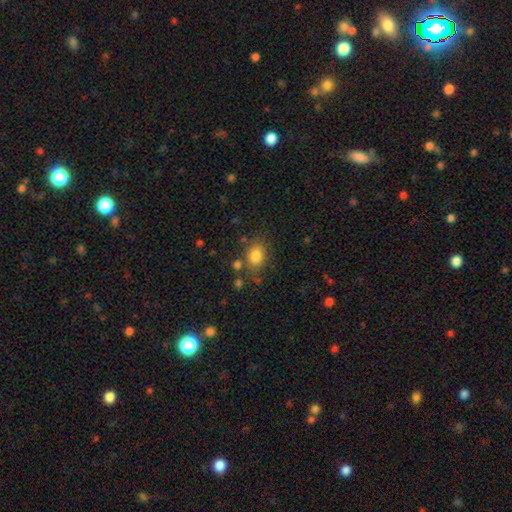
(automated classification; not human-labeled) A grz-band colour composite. It shows a smooth galaxy with no disk features (82%) that is in between round and cigar-shaped (62%). Merging: none (68%).